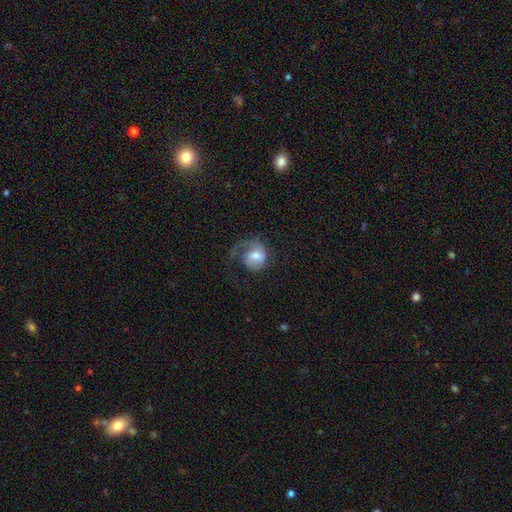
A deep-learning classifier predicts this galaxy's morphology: A featured or disk galaxy (60%) with no bar (56%), 1 (70%) loose (40%) spiral arms (87%) and a moderate central bulge (60%). Merging: none (40%).